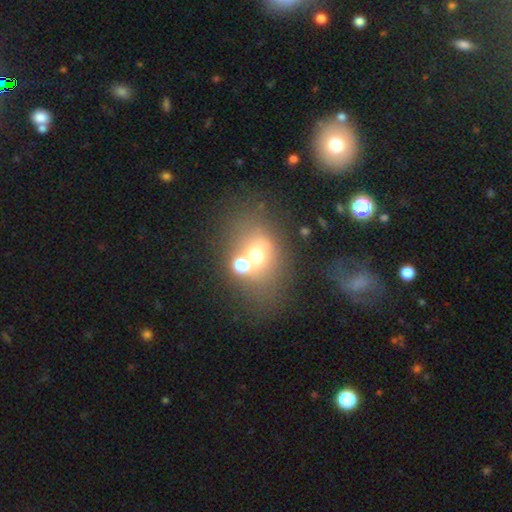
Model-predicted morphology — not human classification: smooth_or_featured: smooth (p=0.55) [alt: featured or disk p=0.25]
how_rounded: in between (p=0.52) [alt: round p=0.47]
merging: none (p=0.45) [alt: merger p=0.35]